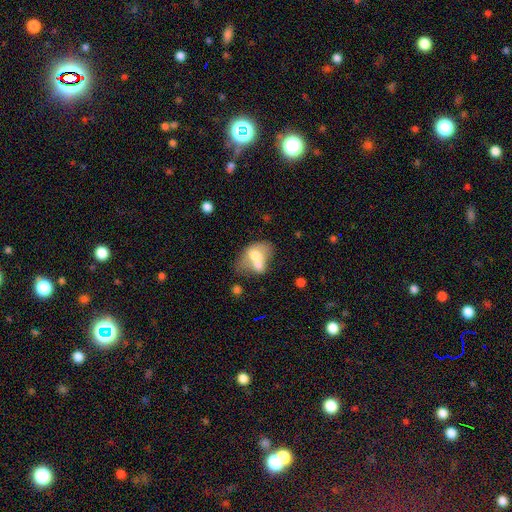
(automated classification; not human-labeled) This is possibly a smooth galaxy (59%). How rounded: likely in between (77%). Merging: likely merger (60%).